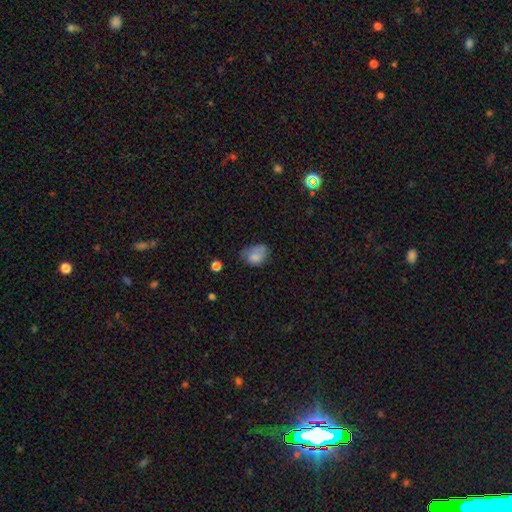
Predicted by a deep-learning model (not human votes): smooth_or_featured: smooth (p=0.75) [alt: featured or disk p=0.15]
how_rounded: in between (p=0.71) [alt: round p=0.28]
merging: minor disturbance (p=0.39) [alt: none p=0.35]